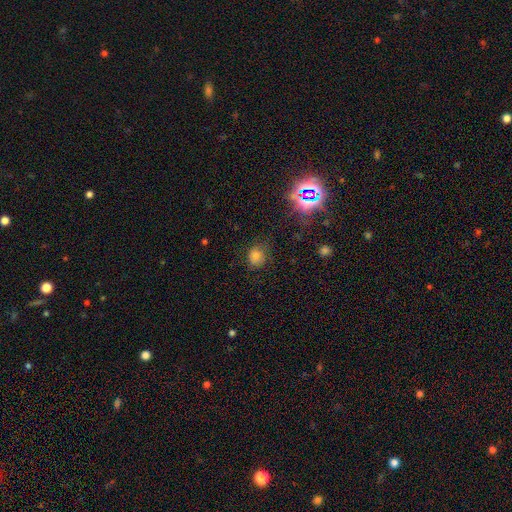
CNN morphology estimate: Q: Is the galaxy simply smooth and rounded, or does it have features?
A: smooth — 65%.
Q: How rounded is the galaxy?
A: round — 67%.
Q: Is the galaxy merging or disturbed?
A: none — 69%.